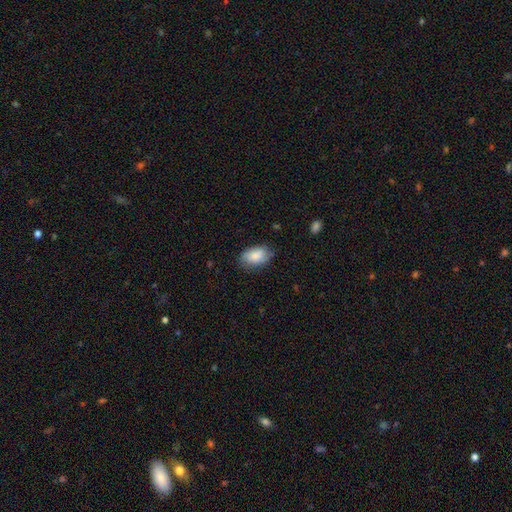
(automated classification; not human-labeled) This is clearly a smooth galaxy (82%). How rounded: clearly in between (91%). Merging: likely none (72%).